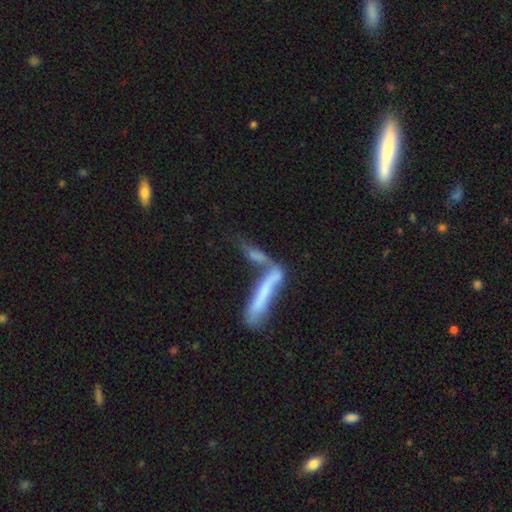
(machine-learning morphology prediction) smooth 52%, featured or disk 37%, star or artifact 11%. Down the decision tree: how rounded — cigar-shaped (79%); merging — merger (59%).